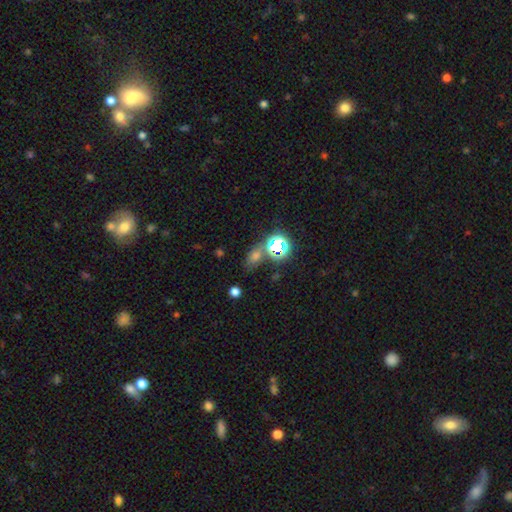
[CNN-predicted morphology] smooth-or-featured: smooth: 50% | star or artifact: 41% | featured or disk: 9%
  merging: none: 66% | merger: 15% | minor disturbance: 13% | major disturbance: 6%